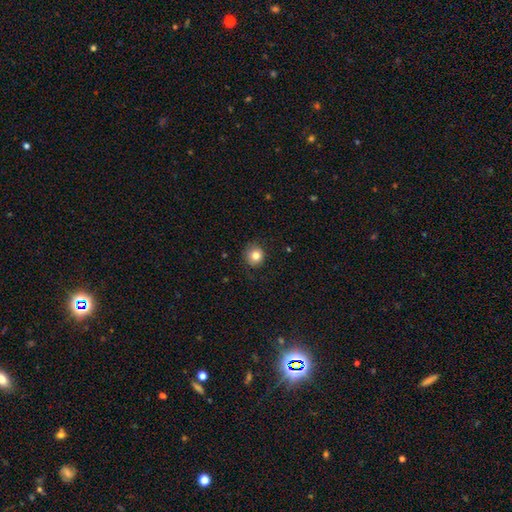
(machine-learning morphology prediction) Q: Smooth or featured?
A: smooth (81%); runner-up: star or artifact (10%)
Q: How rounded?
A: round (88%); runner-up: in between (11%)
Q: Merging?
A: none (81%); runner-up: minor disturbance (15%)